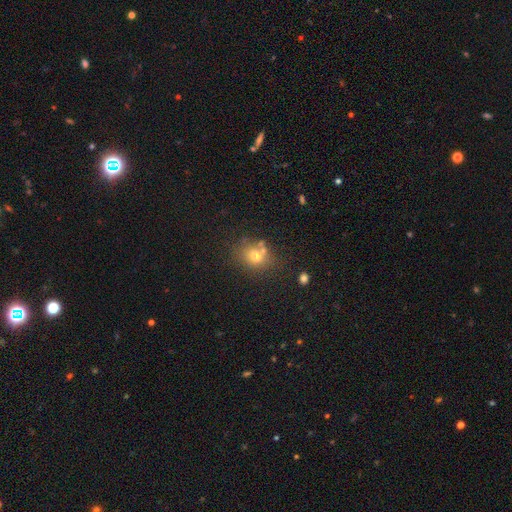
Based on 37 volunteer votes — Overall: smooth (78%). How rounded: round (66%; in between 34%). Merging: none (56%; merger 22%).